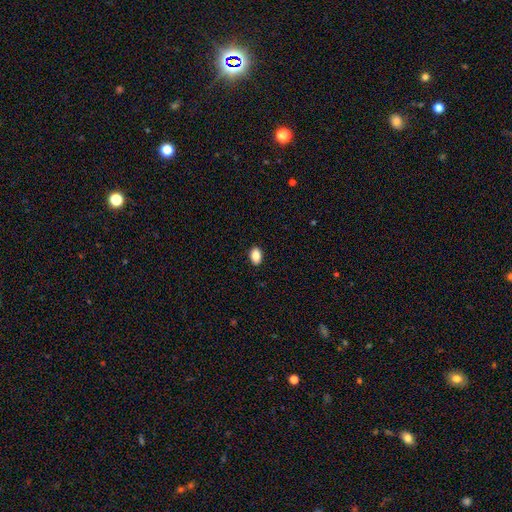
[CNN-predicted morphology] A smooth galaxy with no disk features (86%) that is in between round and cigar-shaped (85%). Merging: none (89%).